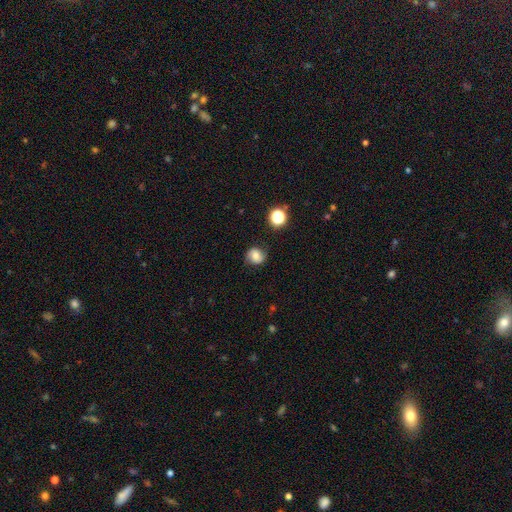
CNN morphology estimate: A smooth galaxy with no disk features (53%) that is round (78%). Merging: none (78%).